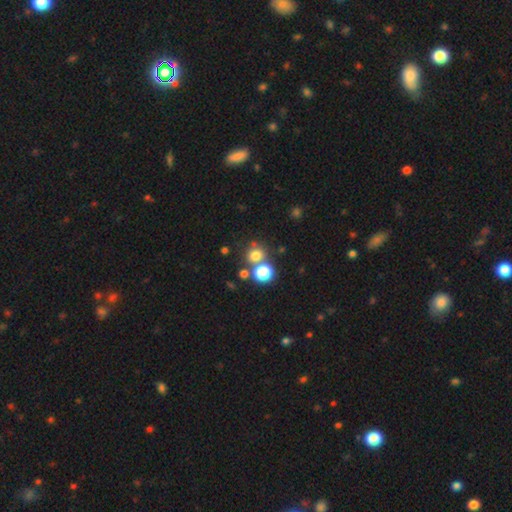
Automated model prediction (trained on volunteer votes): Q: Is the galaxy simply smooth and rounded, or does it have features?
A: smooth — 72%.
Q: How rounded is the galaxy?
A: round — 76%.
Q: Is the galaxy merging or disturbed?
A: none — 60%.